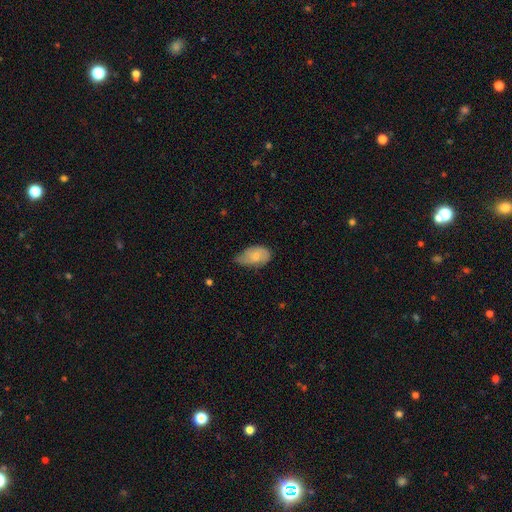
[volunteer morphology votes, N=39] This is clearly a smooth galaxy (87%). How rounded: clearly in between (97%). Merging: clearly minor disturbance (81%).